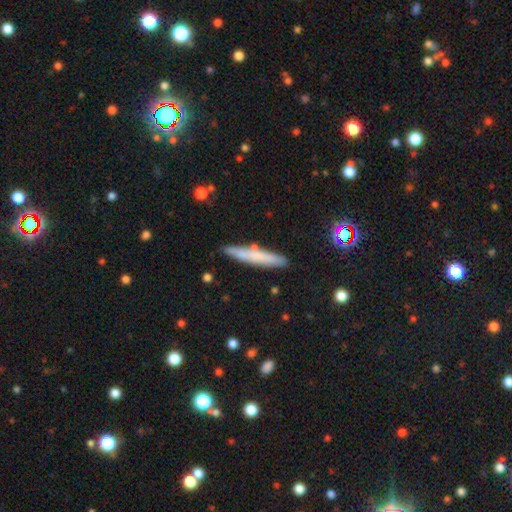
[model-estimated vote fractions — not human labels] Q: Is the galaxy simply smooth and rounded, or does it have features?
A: smooth — 61%.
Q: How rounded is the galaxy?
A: cigar-shaped — 93%.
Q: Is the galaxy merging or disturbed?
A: none — 82%.